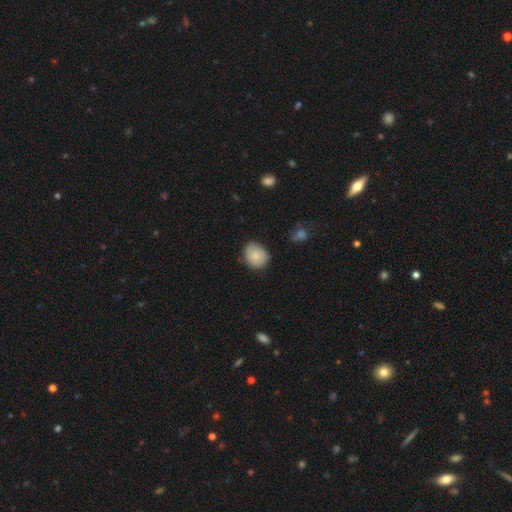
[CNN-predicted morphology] Overall: smooth (80%). How rounded: round (65%; in between 34%). Merging: none (72%).